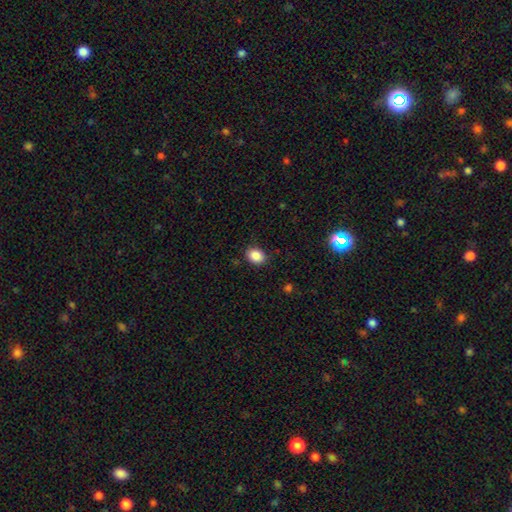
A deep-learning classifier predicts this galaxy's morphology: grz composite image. It shows a smooth galaxy with no disk features (87%) that is in between round and cigar-shaped (56%). Merging: none (85%).